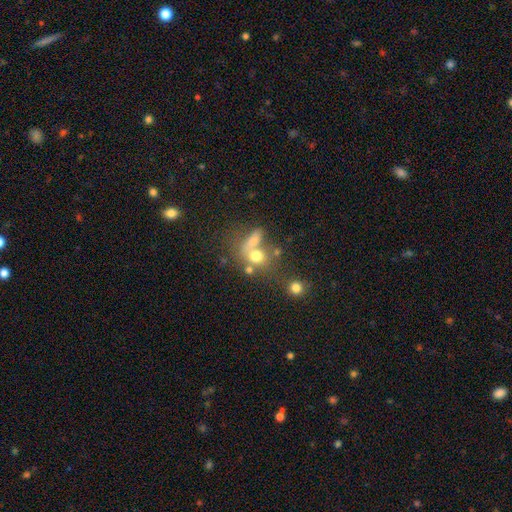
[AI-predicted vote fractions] Morphology: type=smooth (68%); roundness=round (58%); merging=merger (45%).